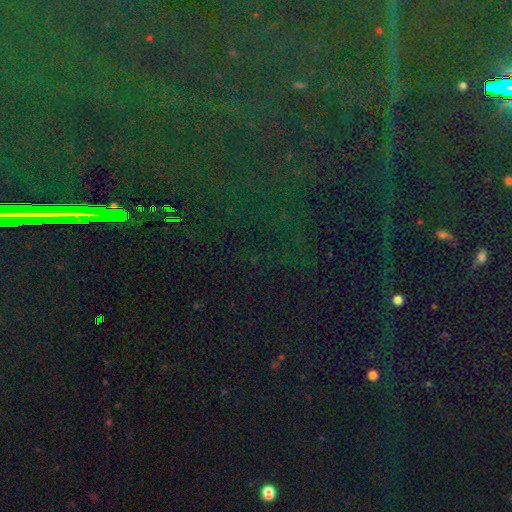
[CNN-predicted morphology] type=star or artifact (86%).